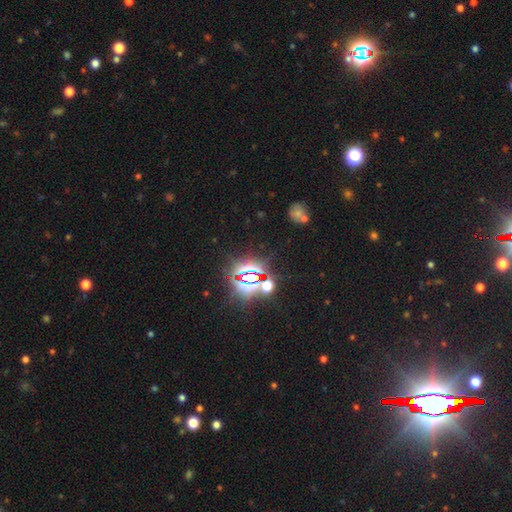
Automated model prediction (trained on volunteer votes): smooth_or_featured: star or artifact (p=0.83) [alt: smooth p=0.10]